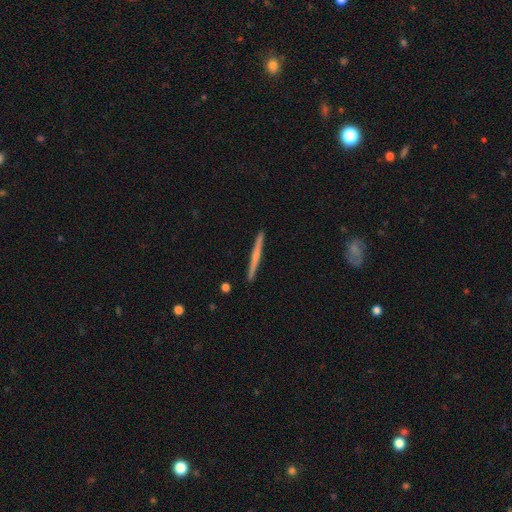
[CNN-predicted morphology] featured or disk 53%, smooth 41%, star or artifact 5%. Down the decision tree: edge-on disk — yes (98%); edge-on bulge — none (65%); merging — none (92%).